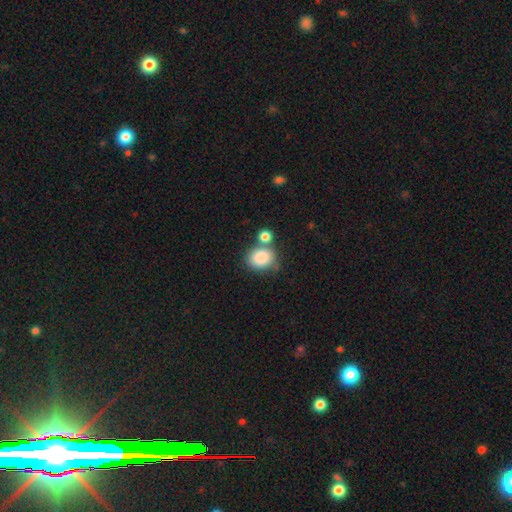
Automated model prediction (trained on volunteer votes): smooth 85%, star or artifact 9%, featured or disk 6%. Down the decision tree: how rounded — round (61%); merging — none (57%).